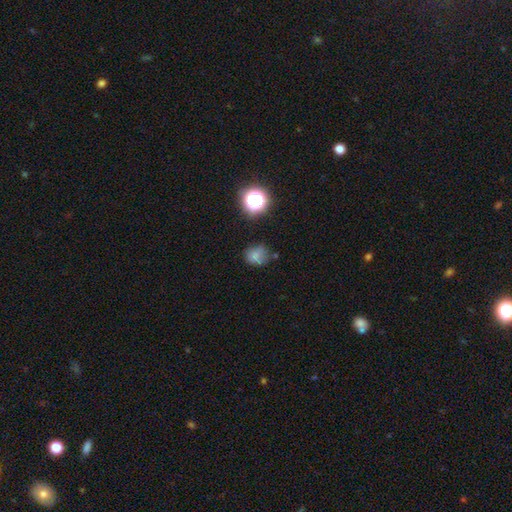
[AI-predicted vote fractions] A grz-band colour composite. It shows a smooth galaxy with no disk features (72%) that is round (70%). Merging: none (61%).